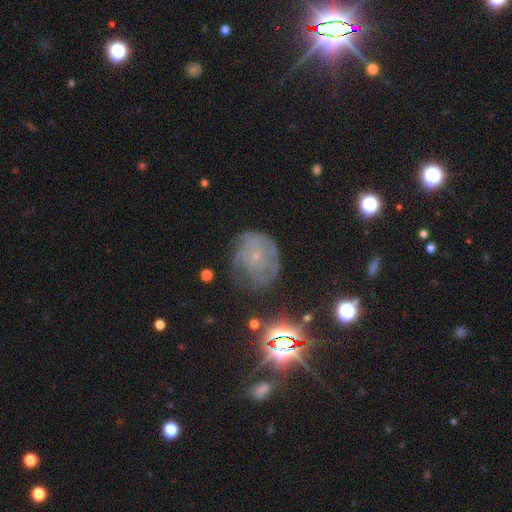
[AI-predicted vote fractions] Morphology: type=featured or disk (61%); edge-on=no (97%); bar=no (82%); spiral arms=yes (78%); bulge=small (83%); merging=none (58%).